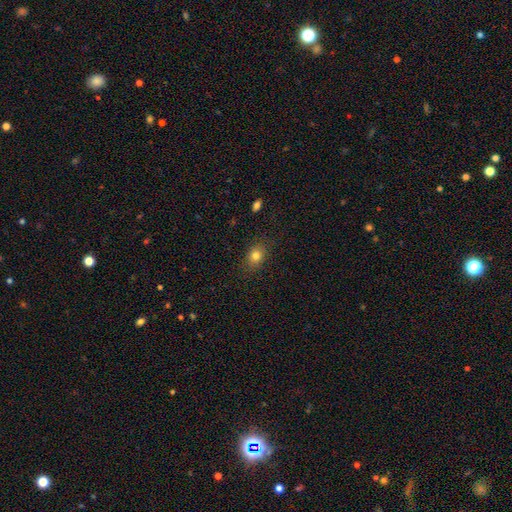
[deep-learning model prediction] smooth 80%, star or artifact 11%, featured or disk 9%. Down the decision tree: how rounded — in between (62%); merging — none (83%).